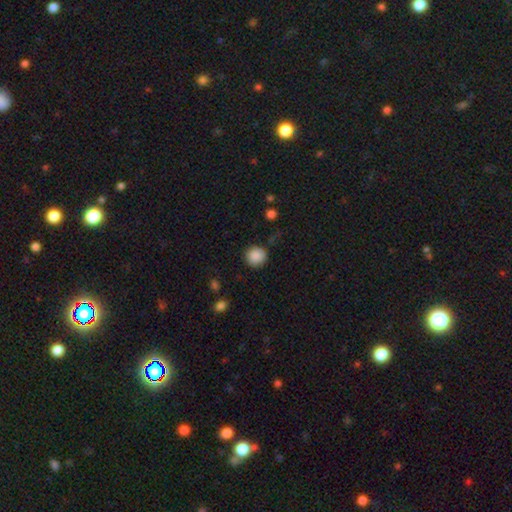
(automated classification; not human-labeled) Smooth or featured? Predicted: smooth (p=0.88). How rounded? Predicted: round (p=0.91). Merging? Predicted: none (p=0.87).